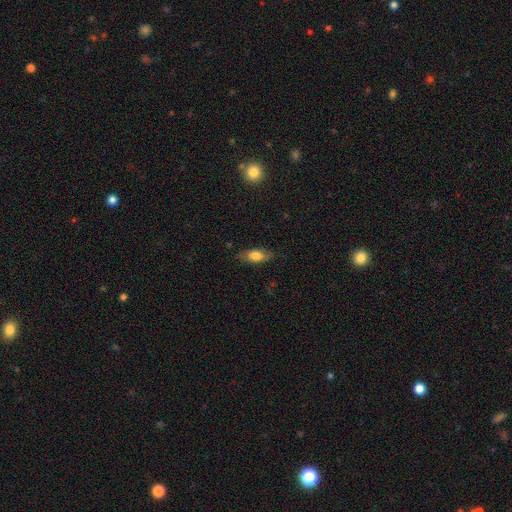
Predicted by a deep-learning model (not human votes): smooth_or_featured: smooth (p=0.73) [alt: featured or disk p=0.19]
how_rounded: in between (p=0.76) [alt: cigar-shaped p=0.20]
merging: none (p=0.80) [alt: minor disturbance p=0.15]